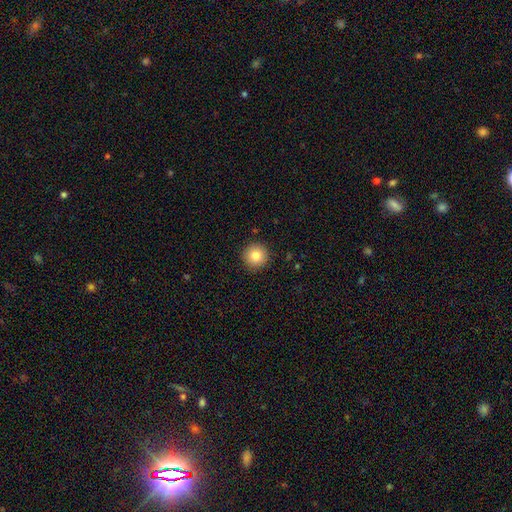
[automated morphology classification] A smooth galaxy with no disk features (83%) that is round (96%). Merging: none (92%).